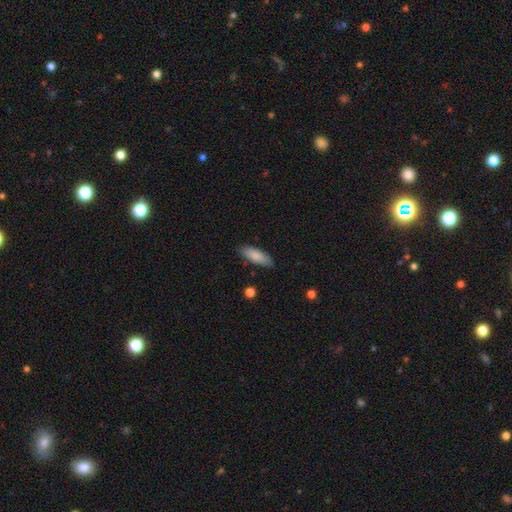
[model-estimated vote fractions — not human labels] This is clearly a smooth galaxy (85%). How rounded: likely in between (63%). Merging: clearly none (85%).